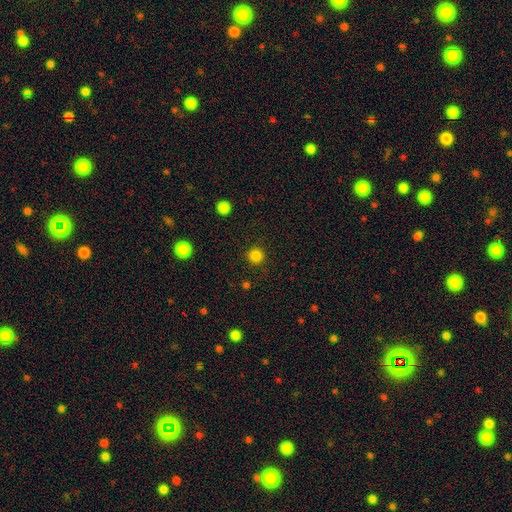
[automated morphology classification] Smooth or featured?
  - smooth: 84% *
  - star or artifact: 13%
  - featured or disk: 3%
How rounded?
  - round: 94% *
  - in between: 5%
  - cigar-shaped: 1%
Merging?
  - none: 90% *
  - minor disturbance: 6%
  - major disturbance: 2%
  - merger: 1%